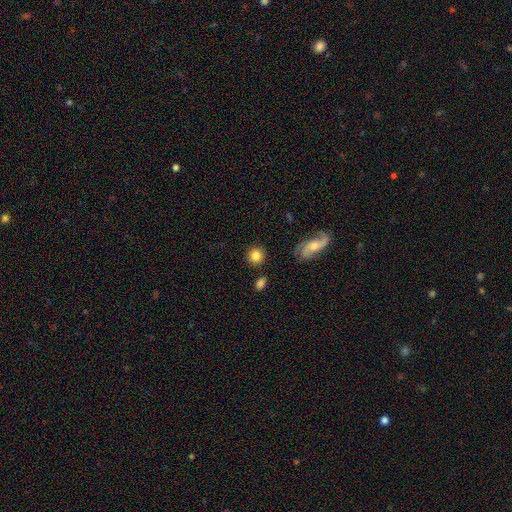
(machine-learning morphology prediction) A smooth galaxy with no disk features (83%) that is round (90%). Merging: none (86%).